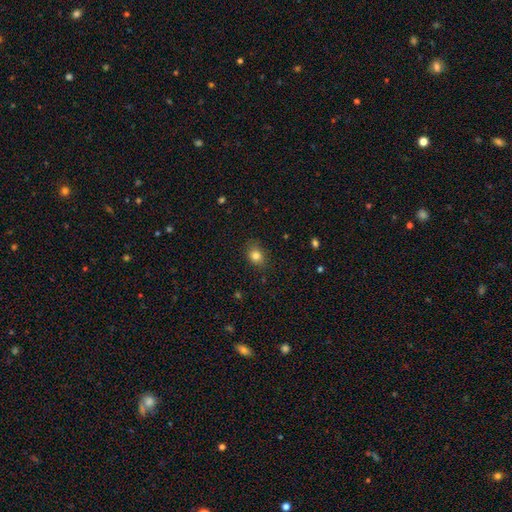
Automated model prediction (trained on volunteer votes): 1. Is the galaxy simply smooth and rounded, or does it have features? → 82% smooth, 11% star or artifact, 6% featured or disk.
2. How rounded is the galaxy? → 50% in between, 49% round, 1% cigar-shaped.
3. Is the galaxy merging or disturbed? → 82% none, 14% minor disturbance, 3% major disturbance, 1% merger.